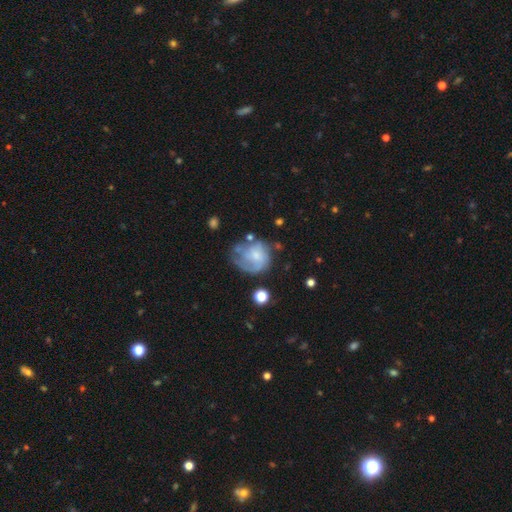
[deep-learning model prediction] Overall: featured or disk (50%; smooth 41%). Edge-on disk: no (98%). Merging: none (39%; major disturbance 29%).